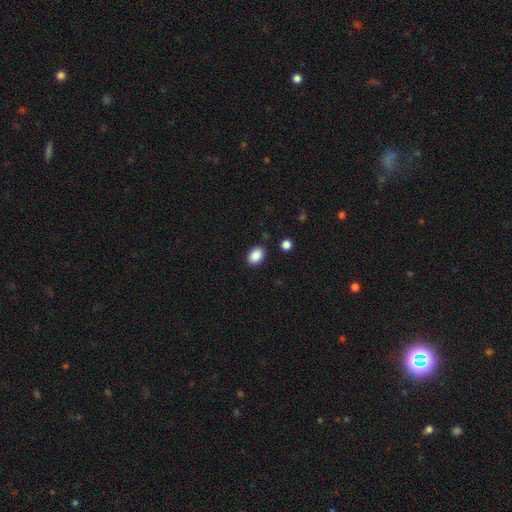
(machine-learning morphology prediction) smooth-or-featured: smooth: 88% | star or artifact: 8% | featured or disk: 4%
  how-rounded: in between: 77% | round: 22% | cigar-shaped: 1%
  merging: none: 87% | minor disturbance: 8% | major disturbance: 2% | merger: 2%